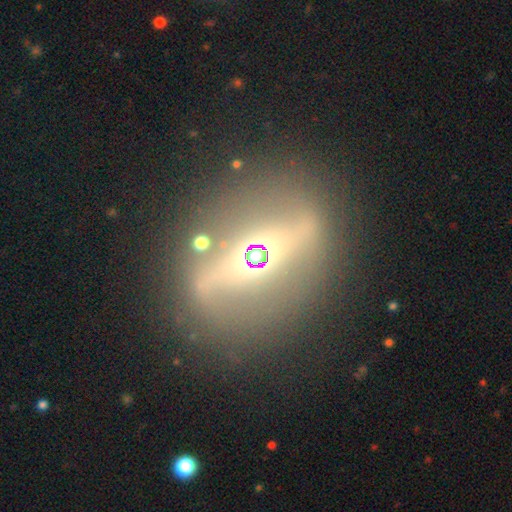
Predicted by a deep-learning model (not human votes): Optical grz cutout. It shows a featured or disk galaxy (76%). Merging: none (75%).